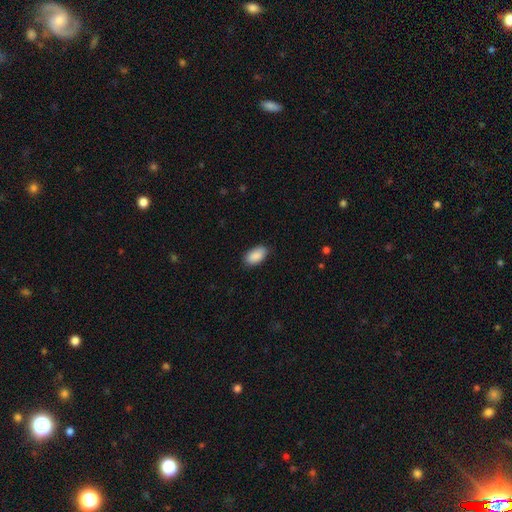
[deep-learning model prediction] smooth-or-featured: smooth: 90% | star or artifact: 6% | featured or disk: 4%
  how-rounded: in between: 94% | round: 3% | cigar-shaped: 2%
  merging: none: 85% | minor disturbance: 12% | major disturbance: 2% | merger: 1%